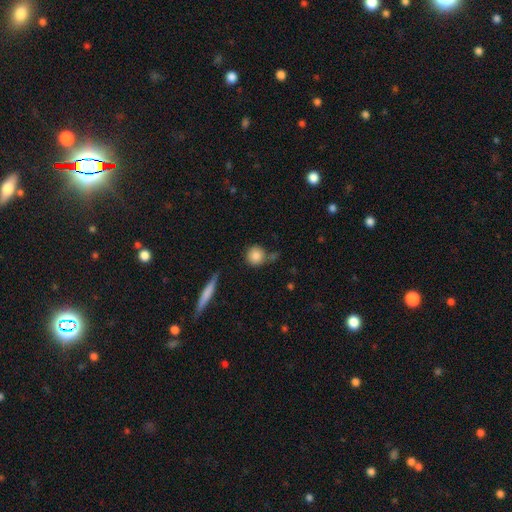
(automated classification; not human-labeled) A smooth galaxy with no disk features (84%) that is round (89%). Merging: none (65%).